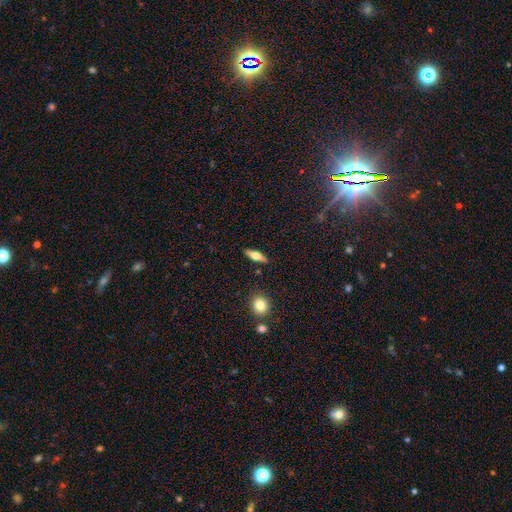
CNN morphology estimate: A smooth galaxy with no disk features (55%) that is in between round and cigar-shaped (55%). Merging: none (86%).